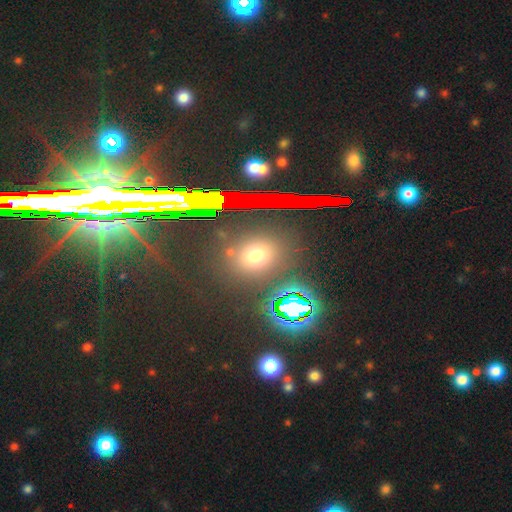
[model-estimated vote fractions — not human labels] smooth 61%, star or artifact 30%, featured or disk 9%. Down the decision tree: how rounded — round (60%); merging — none (83%).